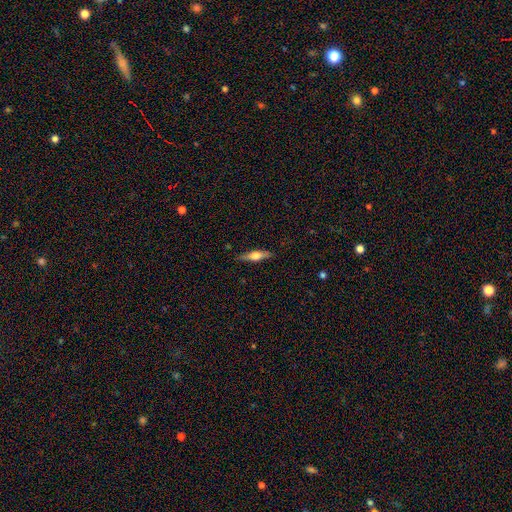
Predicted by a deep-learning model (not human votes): A featured or disk galaxy (57%) viewed edge-on (95%) with a rounded central bulge (91%). Merging: none (87%).